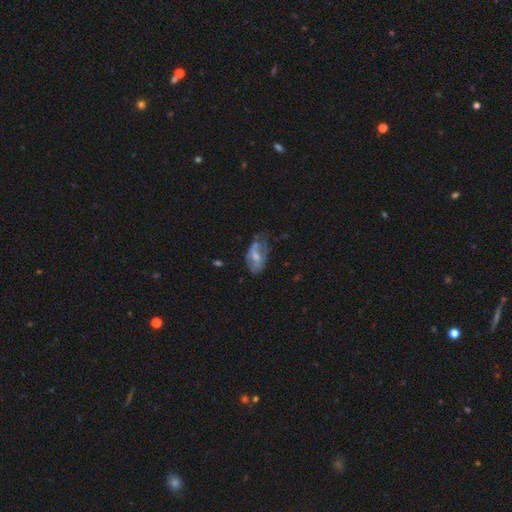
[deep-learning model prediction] smooth_or_featured: featured or disk (p=0.48) [alt: smooth p=0.44]
merging: none (p=0.35) [alt: minor disturbance p=0.33]